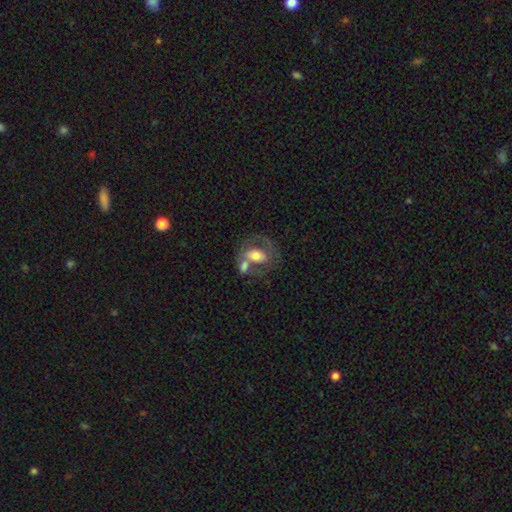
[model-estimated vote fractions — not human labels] smooth-or-featured: smooth: 47% | featured or disk: 45% | star or artifact: 8%
  merging: merger: 47% | none: 29% | minor disturbance: 12% | major disturbance: 11%